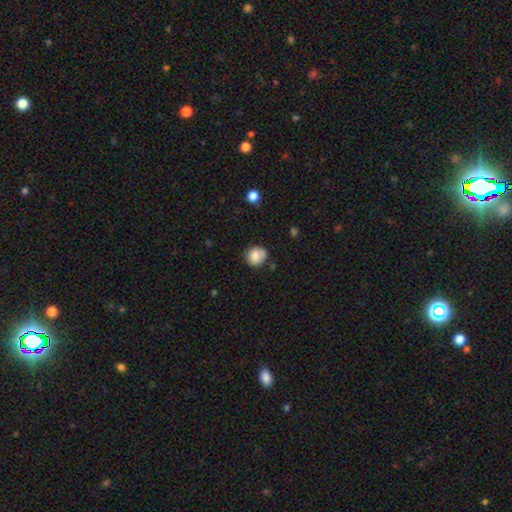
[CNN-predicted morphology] A smooth galaxy with no disk features (80%) that is round (80%).

Vote fractions:
- Smooth or featured? smooth: 80% / featured or disk: 11% / star or artifact: 9%
- How rounded? round: 80% / in between: 19% / cigar-shaped: 1%
- Merging? none: 68% / minor disturbance: 22% / major disturbance: 5% / merger: 5%